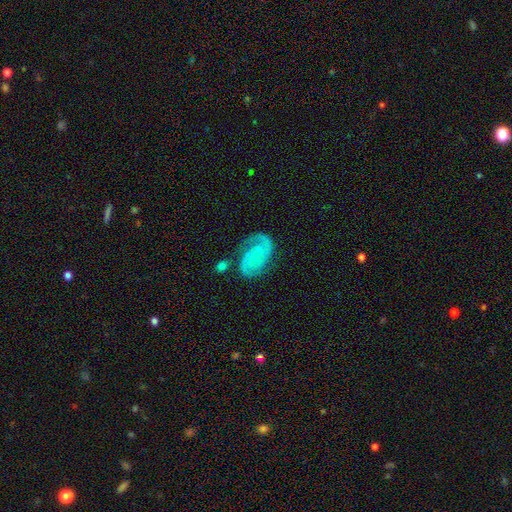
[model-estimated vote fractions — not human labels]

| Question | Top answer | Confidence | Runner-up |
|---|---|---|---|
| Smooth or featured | featured or disk | 86% | smooth (8%) |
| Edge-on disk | no | 98% | yes (2%) |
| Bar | no | 62% | weak (31%) |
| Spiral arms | yes | 97% | no (3%) |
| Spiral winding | tight | 45% | medium (44%) |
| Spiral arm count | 2 | 86% | can't tell (5%) |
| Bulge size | small | 73% | moderate (12%) |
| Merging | none | 71% | minor disturbance (17%) |